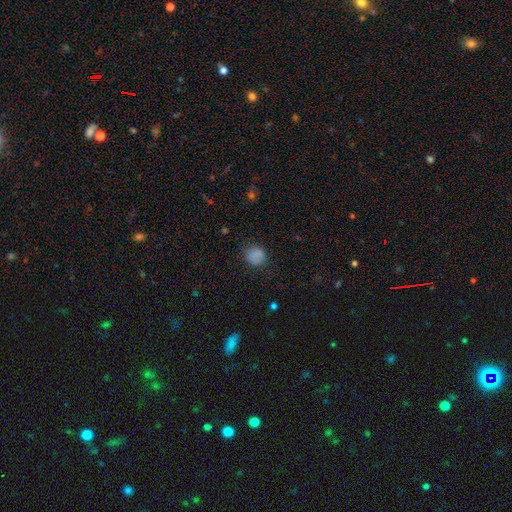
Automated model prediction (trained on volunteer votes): Smooth or featured: smooth — 82% (star or artifact — 12%)
How rounded: round — 82% (in between — 17%)
Merging: none — 76% (minor disturbance — 18%)